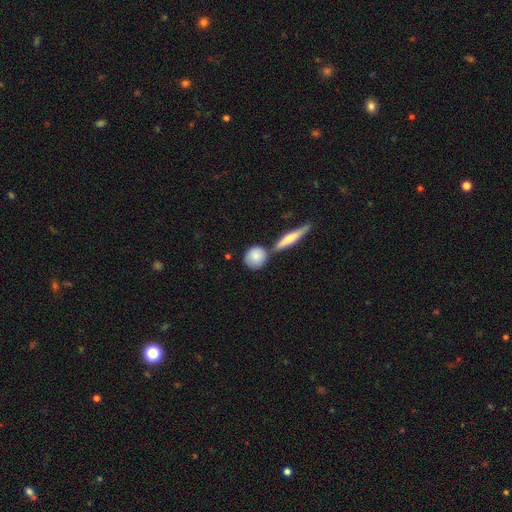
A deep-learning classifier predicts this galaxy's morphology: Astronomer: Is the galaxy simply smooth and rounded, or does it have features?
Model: smooth — 82%.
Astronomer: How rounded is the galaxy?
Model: round — 78%.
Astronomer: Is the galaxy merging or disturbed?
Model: none — 64%.